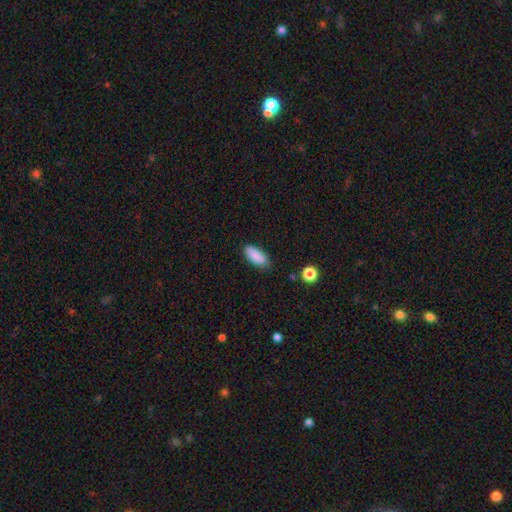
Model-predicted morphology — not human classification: This appears to be a smooth galaxy with no disk features (88%) that is in between round and cigar-shaped (80%). Merging: none (81%).